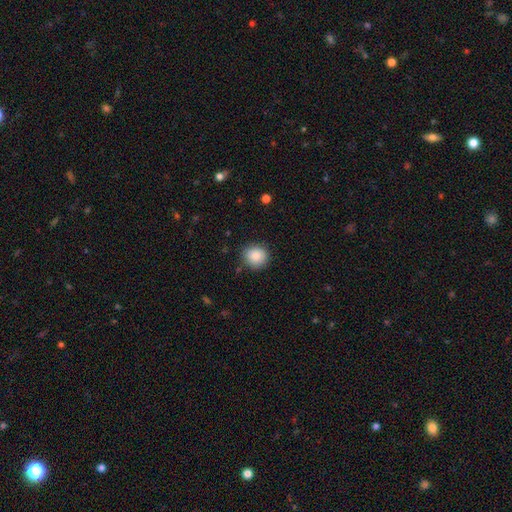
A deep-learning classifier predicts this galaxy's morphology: A smooth galaxy with no disk features (85%) that is round (88%).

Vote fractions:
- Smooth or featured? smooth: 85% / star or artifact: 8% / featured or disk: 6%
- How rounded? round: 88% / in between: 11% / cigar-shaped: 1%
- Merging? none: 86% / minor disturbance: 10% / major disturbance: 2% / merger: 1%